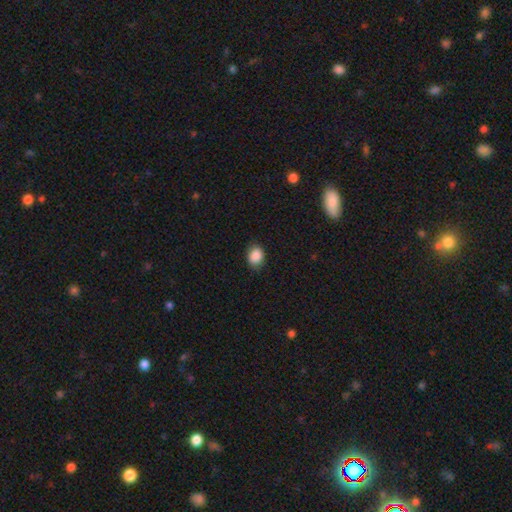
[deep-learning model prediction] Smooth or featured?
  - smooth: 88% *
  - star or artifact: 8%
  - featured or disk: 3%
How rounded?
  - in between: 58% *
  - round: 41%
  - cigar-shaped: 1%
Merging?
  - none: 85% *
  - minor disturbance: 11%
  - major disturbance: 3%
  - merger: 1%